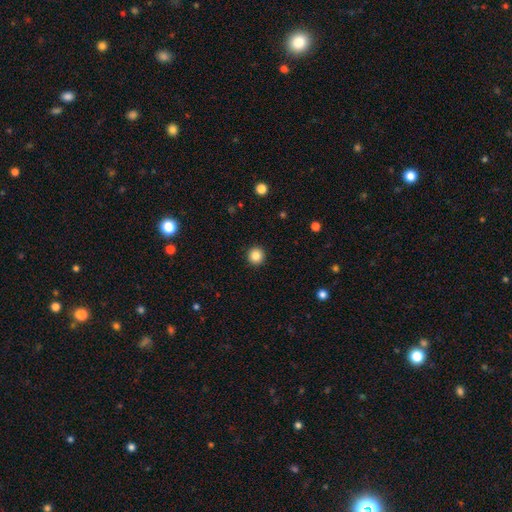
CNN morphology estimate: This appears to be a smooth galaxy with no disk features (85%) that is round (95%). Merging: none (93%).